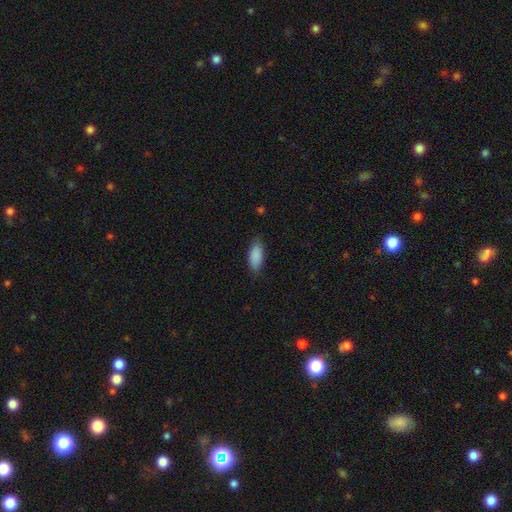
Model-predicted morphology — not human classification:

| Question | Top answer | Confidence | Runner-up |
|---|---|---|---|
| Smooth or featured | smooth | 89% | star or artifact (6%) |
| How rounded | in between | 83% | cigar-shaped (15%) |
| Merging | none | 83% | minor disturbance (13%) |